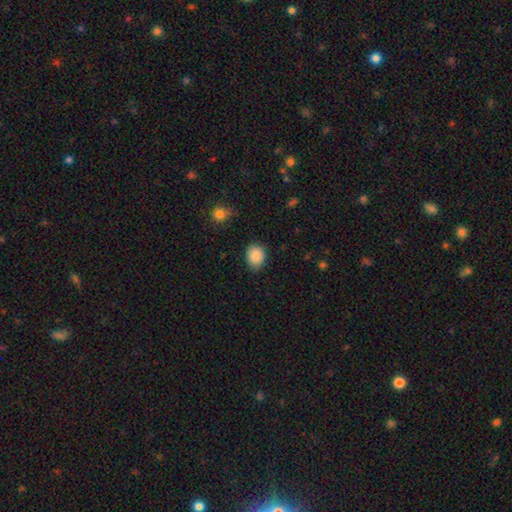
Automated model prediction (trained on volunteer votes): Smooth or featured? Predicted: smooth (p=0.88). How rounded? Predicted: round (p=0.54). Merging? Predicted: none (p=0.82).